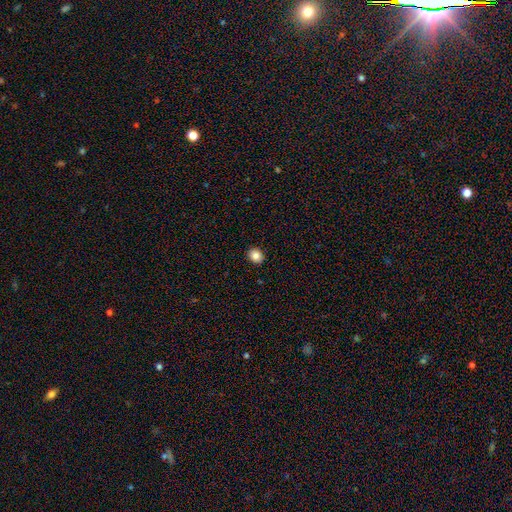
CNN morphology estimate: Smooth or featured? smooth (86%)
How rounded? round (68%)
Merging? none (92%)